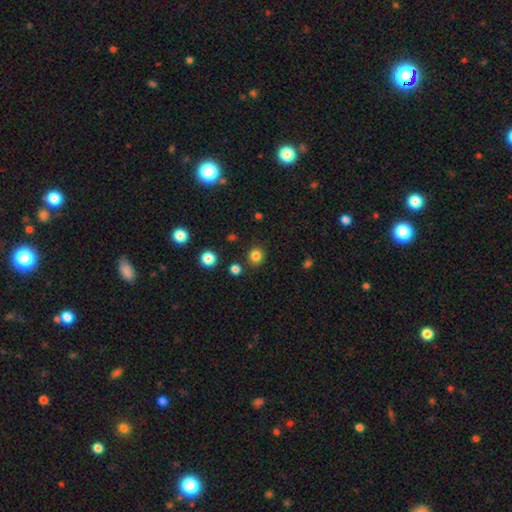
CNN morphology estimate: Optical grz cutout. It shows a smooth galaxy with no disk features (82%) that is round (85%). Merging: none (87%).